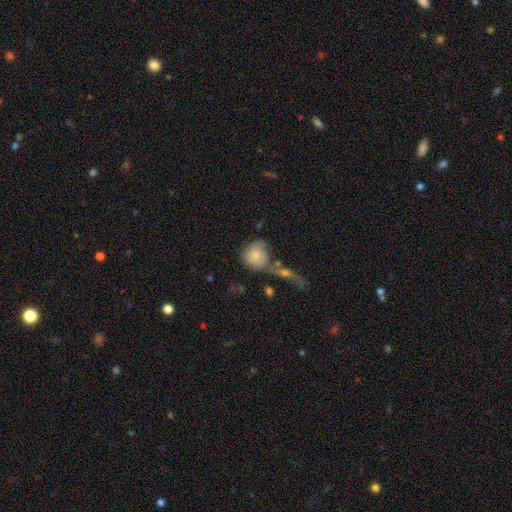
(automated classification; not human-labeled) This appears to be a smooth galaxy with no disk features (73%) that is round (74%). Merging: none (35%).